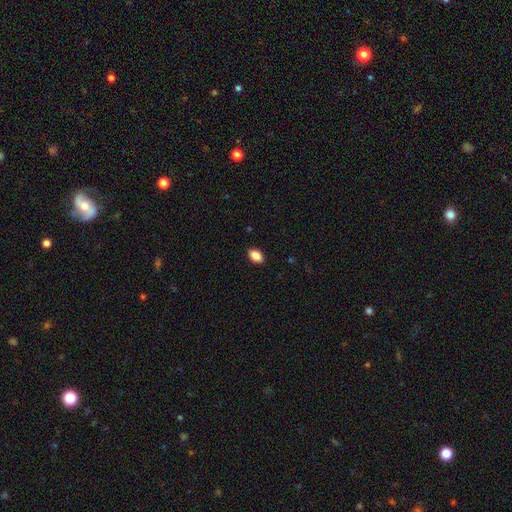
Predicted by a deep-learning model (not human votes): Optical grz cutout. It shows a smooth galaxy with no disk features (88%) that is in between round and cigar-shaped (89%). Merging: none (89%).